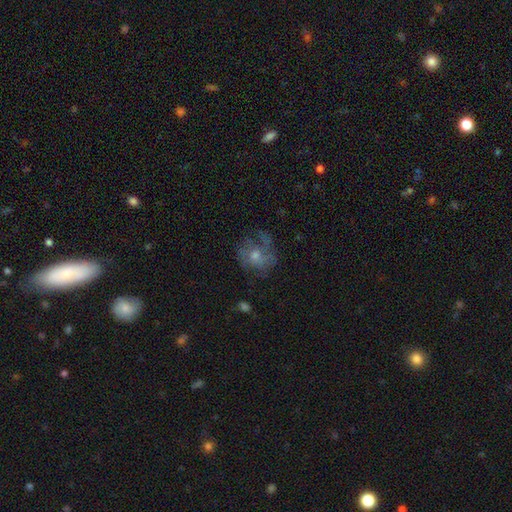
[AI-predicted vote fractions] Smooth or featured: featured or disk — 56% (smooth — 29%)
Edge-on disk: no — 97% (yes — 3%)
Bar: no — 82% (weak — 16%)
Spiral arms: yes — 67% (no — 33%)
Bulge size: moderate — 54% (small — 36%)
Merging: none — 59% (minor disturbance — 21%)